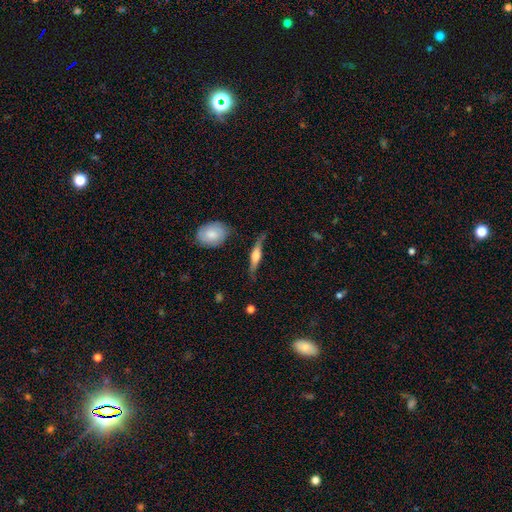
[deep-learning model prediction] Overall: featured or disk (57%; smooth 37%). Edge-on disk: yes (91%). Edge-on bulge: rounded (82%). Merging: none (71%).